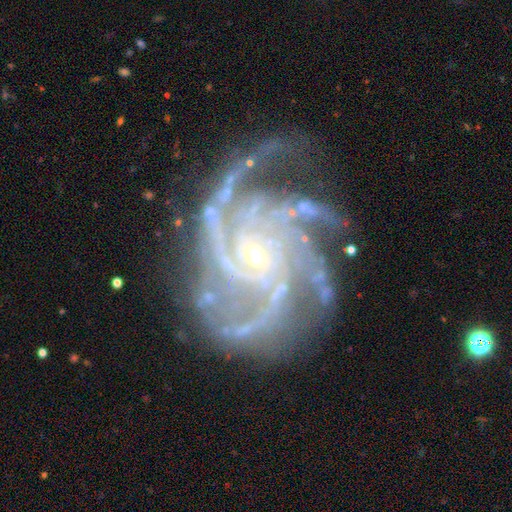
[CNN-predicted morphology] Overall: featured or disk (91%). Edge-on disk: no (98%). Bar: no (66%). Spiral arms: yes (98%). Spiral arm count: 4 (24%; 3 23%). Spiral winding: tight (50%; medium 40%). Bulge size: small (74%). Merging: none (56%; major disturbance 21%).